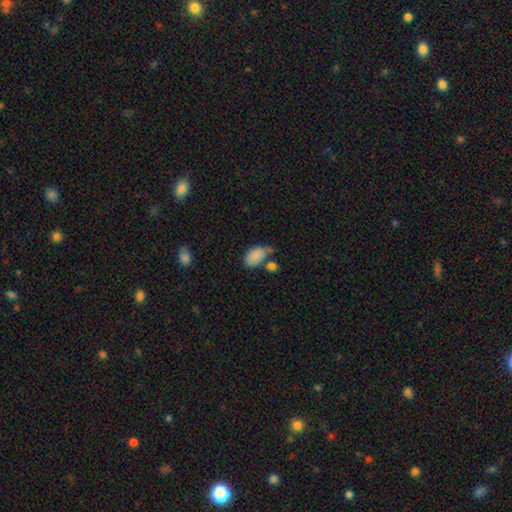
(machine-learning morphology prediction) This appears to be a smooth galaxy with no disk features (84%) that is in between round and cigar-shaped (91%). Merging: none (41%).